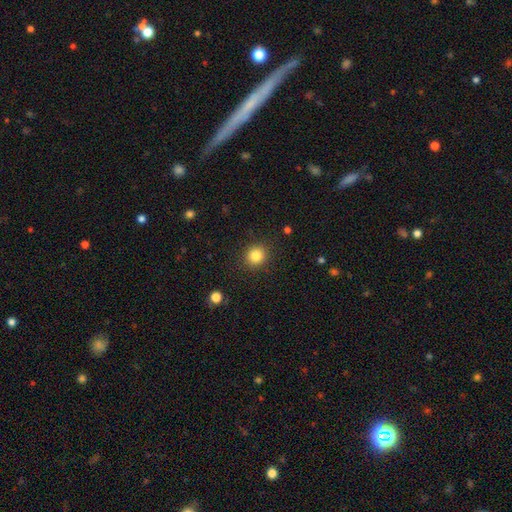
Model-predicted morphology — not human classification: Smooth or featured? smooth (84%)
How rounded? round (87%)
Merging? none (90%)